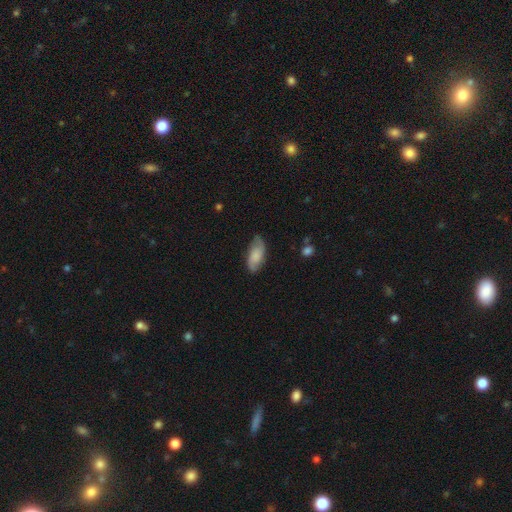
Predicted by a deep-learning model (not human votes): Overall: smooth (68%). How rounded: in between (88%). Merging: none (74%).